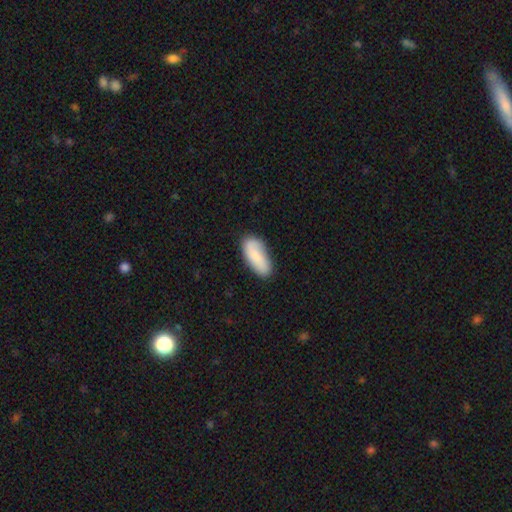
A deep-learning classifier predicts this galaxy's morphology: This is likely a smooth galaxy (75%). How rounded: clearly in between (82%). Merging: likely none (78%).